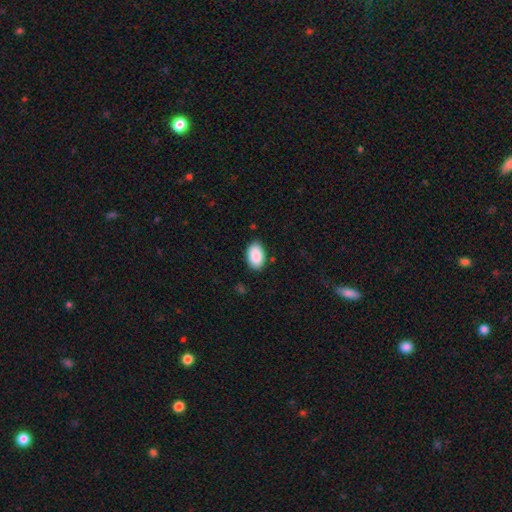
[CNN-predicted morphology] smooth_or_featured: smooth (p=0.89) [alt: star or artifact p=0.06]
how_rounded: in between (p=0.92) [alt: round p=0.07]
merging: none (p=0.85) [alt: minor disturbance p=0.12]